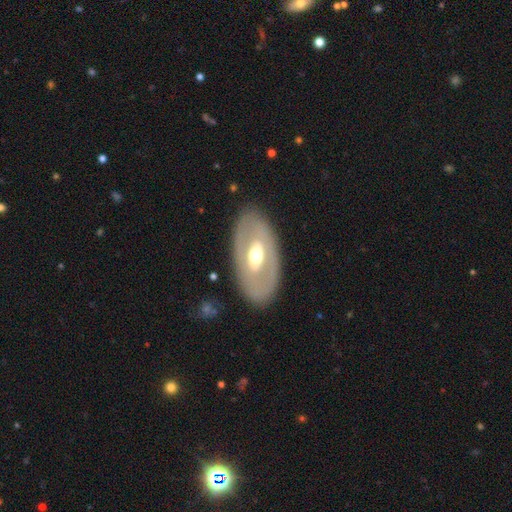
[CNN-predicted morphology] This is likely a featured or disk galaxy (61%). It is clearly not viewed edge-on (87%). Bar: possibly no (55%). Spiral arm pattern: clearly no (86%). Central bulge: likely moderate (68%). Merging: clearly none (84%).